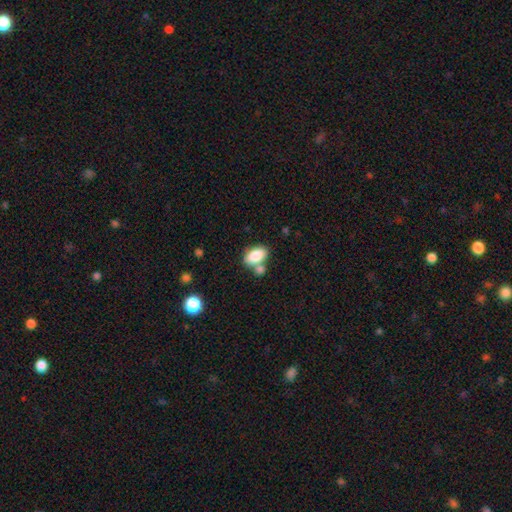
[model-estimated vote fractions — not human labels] Smooth or featured: smooth — 85% (featured or disk — 8%)
How rounded: in between — 92% (round — 6%)
Merging: none — 53% (merger — 30%)